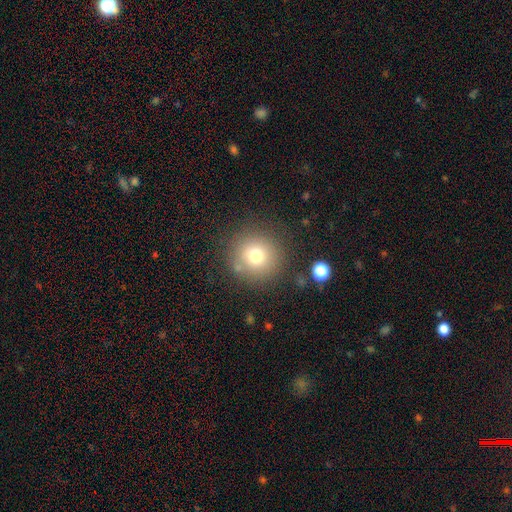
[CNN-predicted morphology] type=smooth (74%); roundness=round (95%); merging=none (82%).